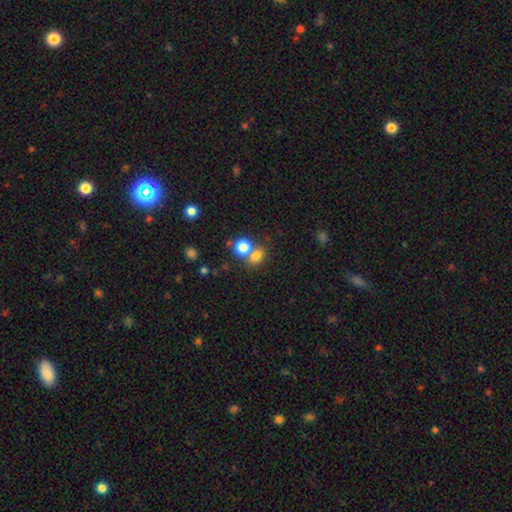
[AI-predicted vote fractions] Smooth or featured? smooth (77%)
How rounded? round (55%)
Merging? none (44%)